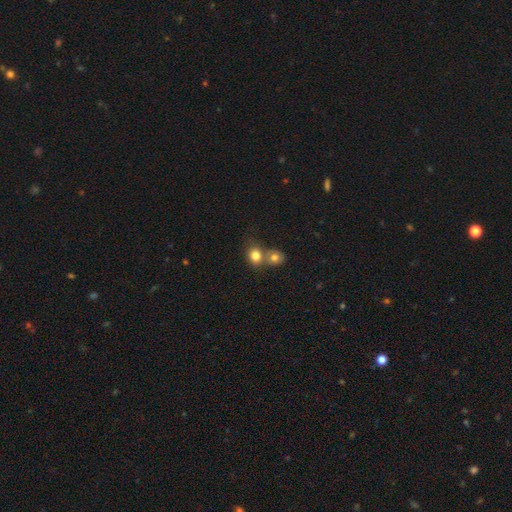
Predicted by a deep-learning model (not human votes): Overall: smooth (80%). How rounded: round (70%). Merging: merger (48%; none 41%).